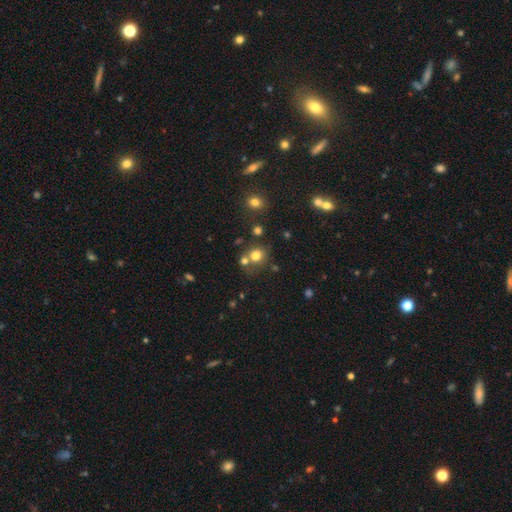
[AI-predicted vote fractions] Q: Smooth or featured?
A: smooth (74%); runner-up: star or artifact (16%)
Q: How rounded?
A: round (81%); runner-up: in between (18%)
Q: Merging?
A: none (60%); runner-up: merger (25%)